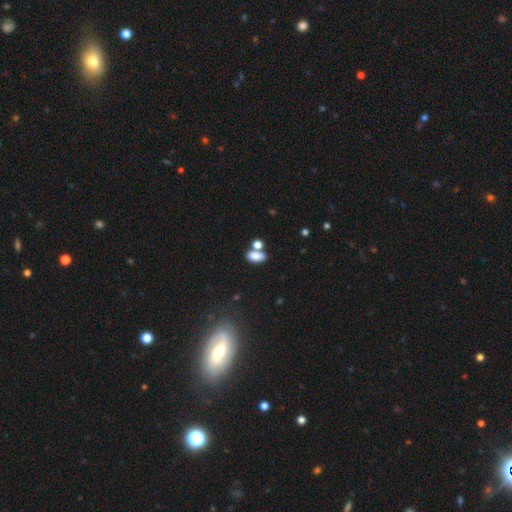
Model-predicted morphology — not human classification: Overall: smooth (80%). How rounded: in between (86%). Merging: none (49%; merger 35%).